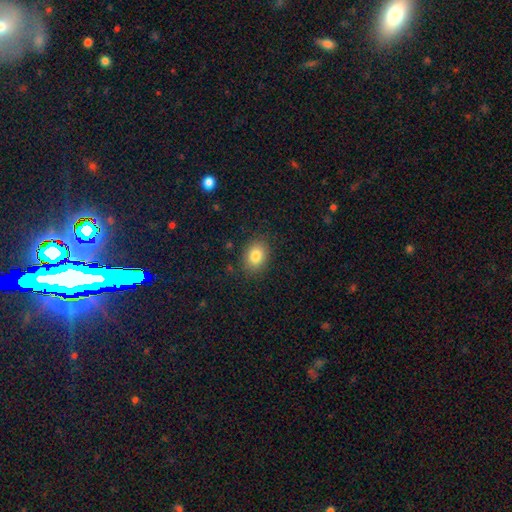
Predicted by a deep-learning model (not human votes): Morphology: type=smooth (83%); roundness=in between (64%); merging=none (86%).